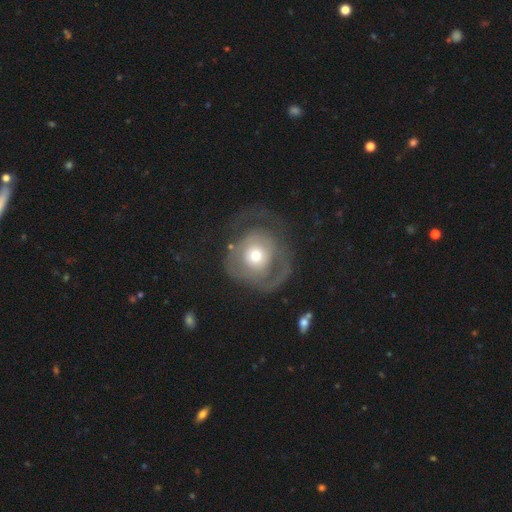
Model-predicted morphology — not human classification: Smooth or featured? featured or disk (60%)
Edge-on disk? no (96%)
Bar? no (85%)
Spiral arms? yes (57%)
Bulge size? moderate (61%)
Merging? none (40%)